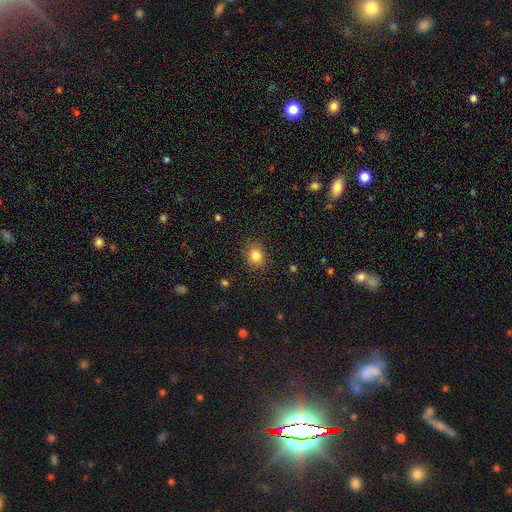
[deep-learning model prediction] smooth 84%, star or artifact 11%, featured or disk 5%. Down the decision tree: how rounded — round (58%); merging — none (85%).